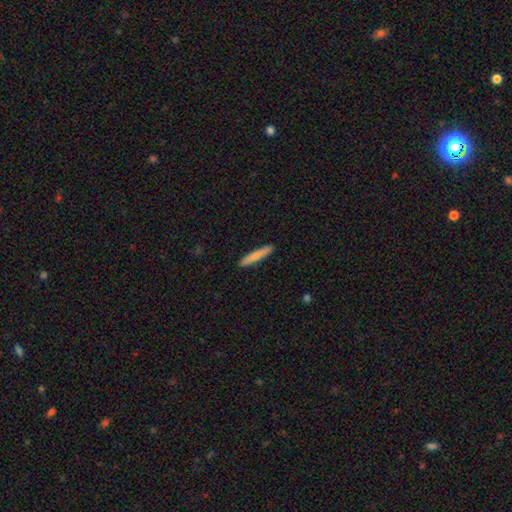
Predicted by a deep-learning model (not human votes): A smooth galaxy with no disk features (75%) that is cigar-shaped (93%).

Vote fractions:
- Smooth or featured? smooth: 75% / featured or disk: 20% / star or artifact: 6%
- How rounded? cigar-shaped: 93% / in between: 6% / round: 1%
- Merging? none: 91% / minor disturbance: 7% / major disturbance: 1% / merger: 1%